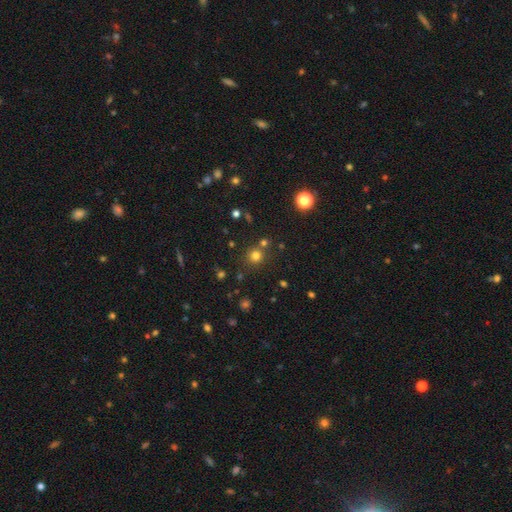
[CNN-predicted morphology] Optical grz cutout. It shows a smooth galaxy with no disk features (73%) that is round (92%). Merging: none (78%).